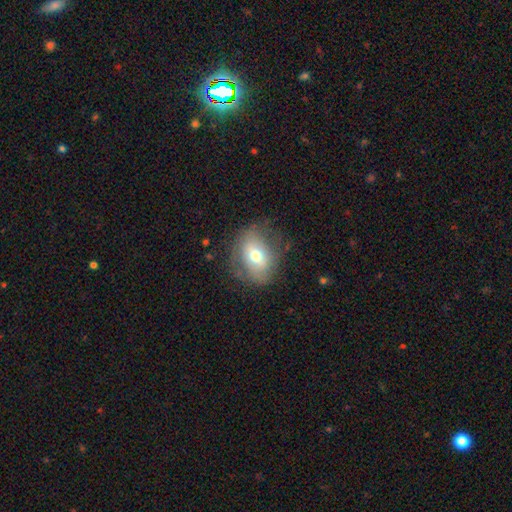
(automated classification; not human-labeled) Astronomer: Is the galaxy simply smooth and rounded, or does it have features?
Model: smooth — 57% (runner-up: featured or disk, 33%).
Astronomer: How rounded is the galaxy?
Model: in between — 57% (runner-up: round, 41%).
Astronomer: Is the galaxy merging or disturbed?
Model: none — 66%.